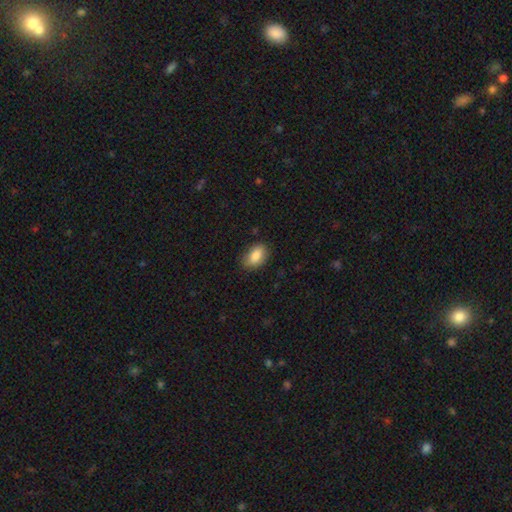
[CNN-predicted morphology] Q: Smooth or featured?
A: smooth (87%); runner-up: star or artifact (7%)
Q: How rounded?
A: in between (90%); runner-up: round (9%)
Q: Merging?
A: none (81%); runner-up: minor disturbance (15%)